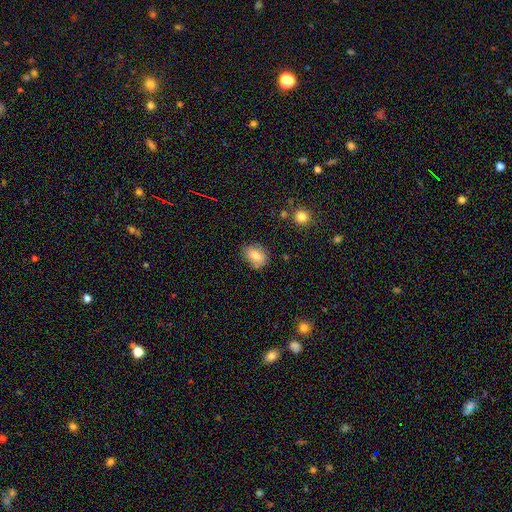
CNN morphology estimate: A smooth galaxy with no disk features (80%) that is in between round and cigar-shaped (77%).

Vote fractions:
- Smooth or featured? smooth: 80% / featured or disk: 12% / star or artifact: 9%
- How rounded? in between: 77% / round: 21% / cigar-shaped: 2%
- Merging? none: 76% / minor disturbance: 18% / major disturbance: 4% / merger: 2%